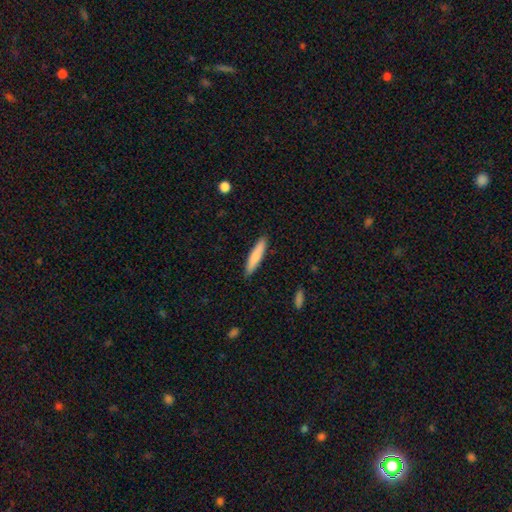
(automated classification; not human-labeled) This is likely a smooth galaxy (80%). How rounded: clearly cigar-shaped (87%). Merging: clearly none (90%).